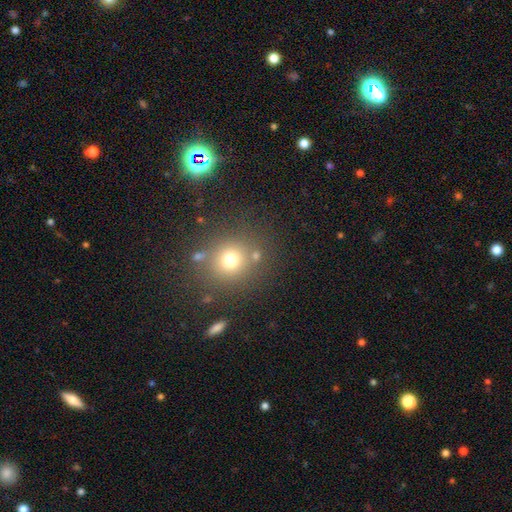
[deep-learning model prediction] smooth 70%, star or artifact 20%, featured or disk 10%. Down the decision tree: how rounded — round (87%); merging — none (78%).